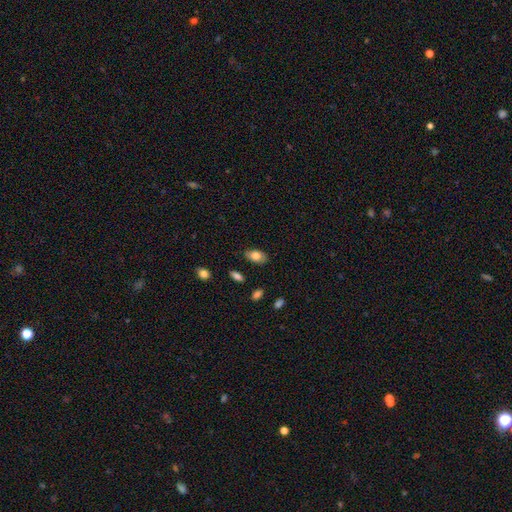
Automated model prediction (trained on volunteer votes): Smooth or featured? smooth (79%)
How rounded? in between (91%)
Merging? none (83%)